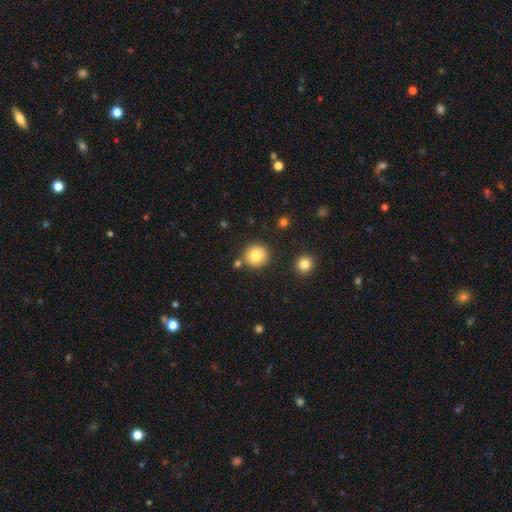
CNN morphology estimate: smooth 81%, star or artifact 10%, featured or disk 9%. Down the decision tree: how rounded — round (94%); merging — none (83%).